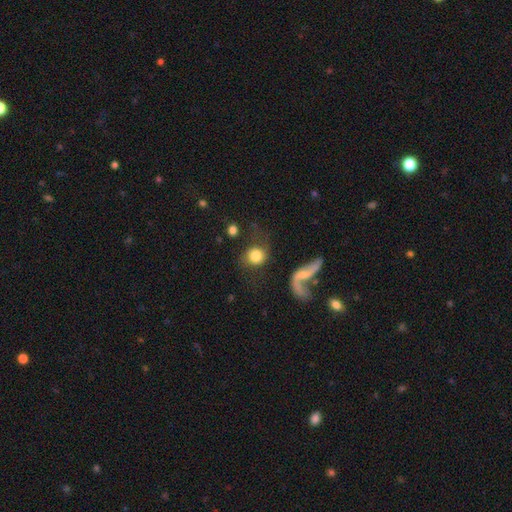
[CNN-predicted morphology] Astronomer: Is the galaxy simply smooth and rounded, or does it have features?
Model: smooth — 71%.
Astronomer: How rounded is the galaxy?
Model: round — 81%.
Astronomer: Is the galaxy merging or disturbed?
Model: none — 54%.